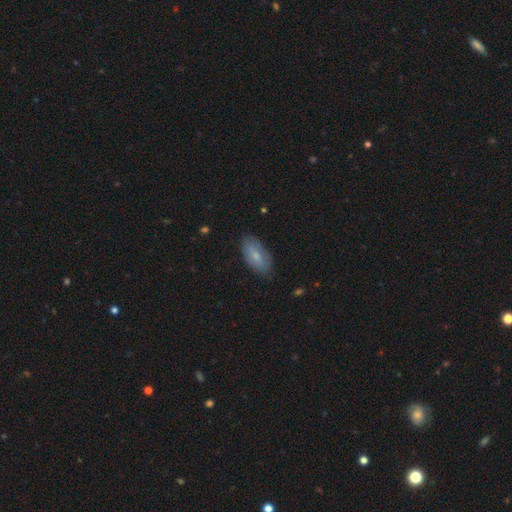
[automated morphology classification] The model was most divided on "smooth or featured": smooth: 71%, featured or disk: 23%, star or artifact: 6%. More confident: how rounded — in between (90%); merging — none (79%).